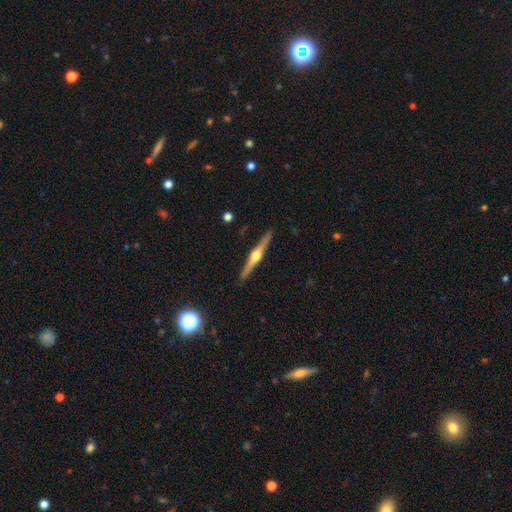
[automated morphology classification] Smooth or featured?
  - featured or disk: 81% *
  - smooth: 14%
  - star or artifact: 5%
Edge-on disk?
  - yes: 99% *
  - no: 1%
Edge-on bulge?
  - rounded: 95% *
  - boxy: 3%
  - none: 2%
Merging?
  - none: 92% *
  - minor disturbance: 6%
  - major disturbance: 1%
  - merger: 1%